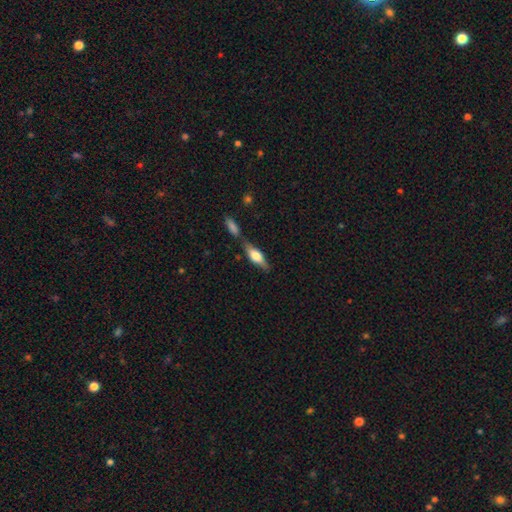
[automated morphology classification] Q: Smooth or featured?
A: smooth (48%); runner-up: featured or disk (45%)
Q: Merging?
A: none (61%); runner-up: merger (21%)